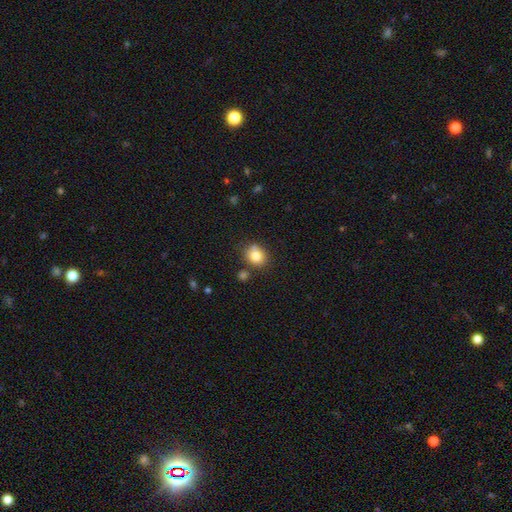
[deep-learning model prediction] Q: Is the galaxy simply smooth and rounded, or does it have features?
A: smooth — 80%.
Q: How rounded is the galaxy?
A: round — 73%.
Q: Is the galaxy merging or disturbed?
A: none — 69%.